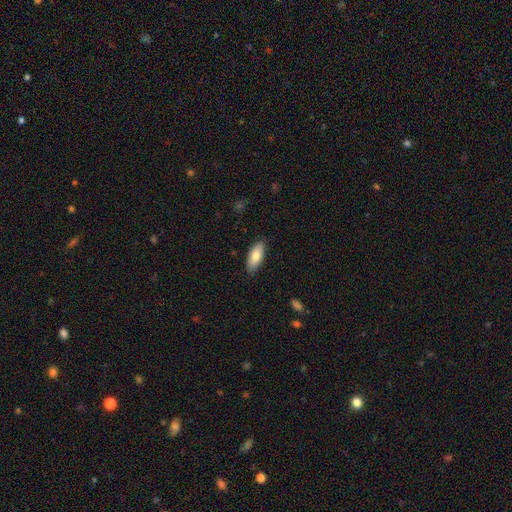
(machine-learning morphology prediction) type=smooth (78%); roundness=in between (81%); merging=none (87%).